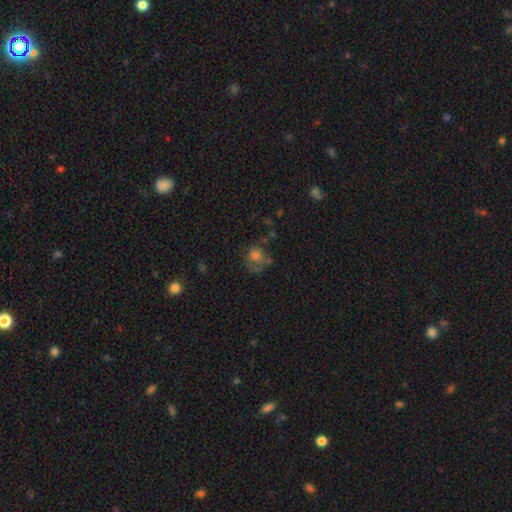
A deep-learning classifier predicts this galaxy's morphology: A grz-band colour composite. It shows a smooth galaxy with no disk features (60%) that is round (73%). Merging: none (45%).